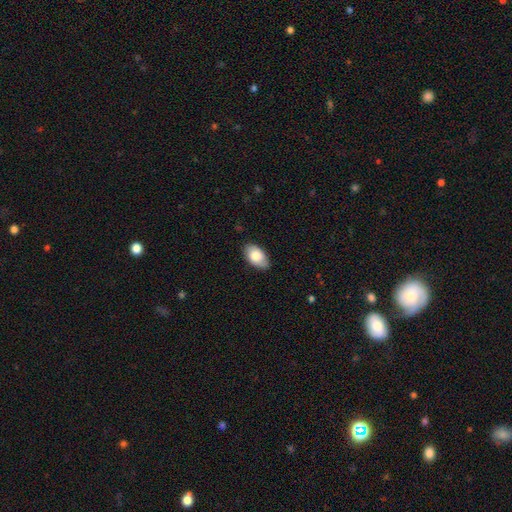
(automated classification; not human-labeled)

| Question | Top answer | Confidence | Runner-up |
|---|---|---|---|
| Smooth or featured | smooth | 79% | featured or disk (15%) |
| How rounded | in between | 94% | round (4%) |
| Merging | none | 83% | minor disturbance (14%) |